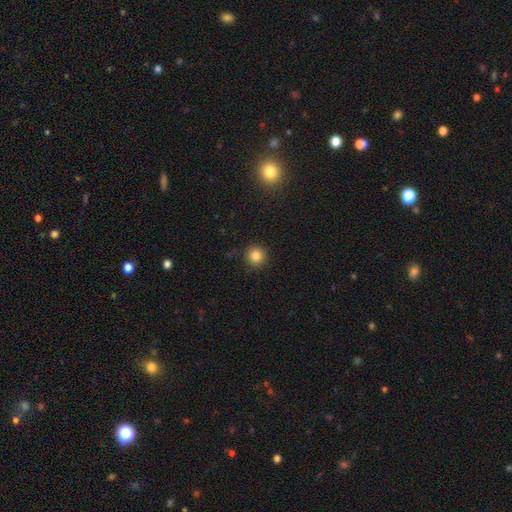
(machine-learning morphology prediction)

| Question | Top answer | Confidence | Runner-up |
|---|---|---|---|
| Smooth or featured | smooth | 83% | star or artifact (12%) |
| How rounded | round | 94% | in between (5%) |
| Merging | none | 91% | minor disturbance (6%) |